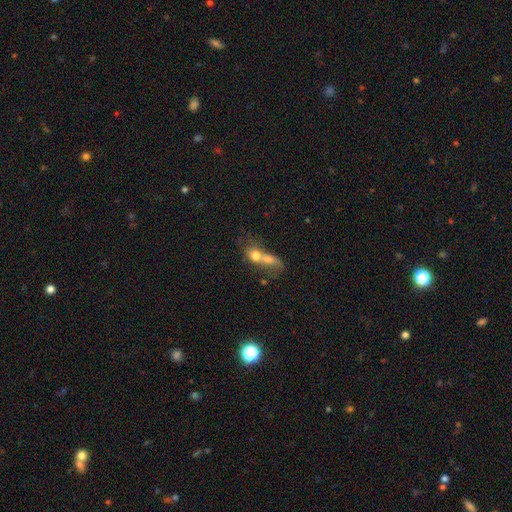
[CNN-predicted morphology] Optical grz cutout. It shows a smooth galaxy with no disk features (66%) that is in between round and cigar-shaped (48%). Merging: merger (76%).